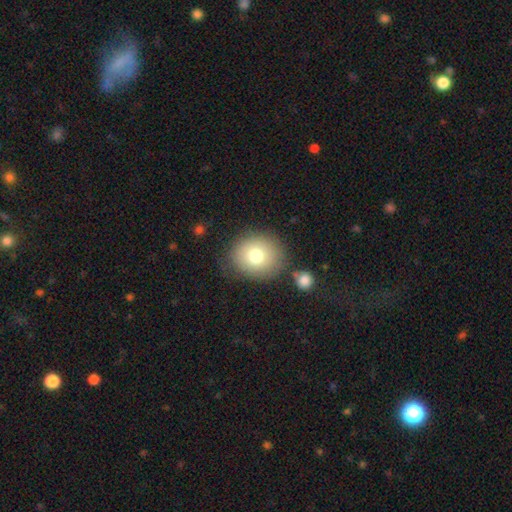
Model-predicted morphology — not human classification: Smooth or featured? Predicted: smooth (p=0.76). How rounded? Predicted: round (p=0.78). Merging? Predicted: none (p=0.76).